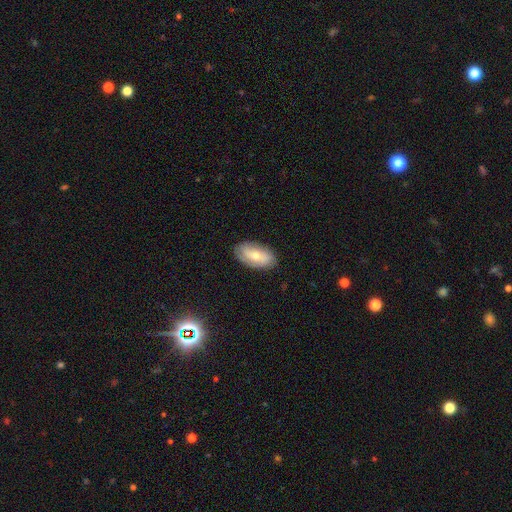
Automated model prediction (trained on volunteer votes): smooth 46%, featured or disk 45%, star or artifact 8%. Down the decision tree: merging — none (84%).